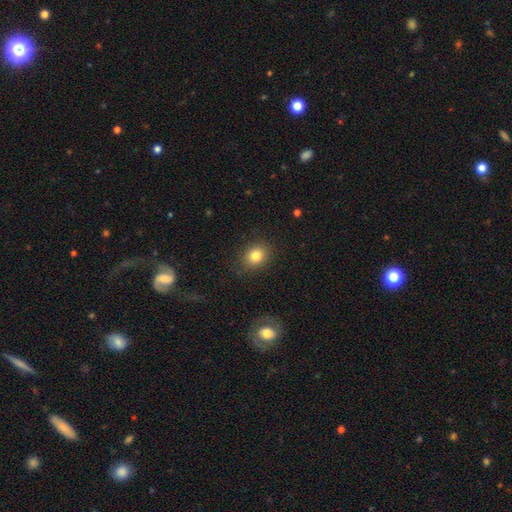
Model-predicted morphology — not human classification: Overall: smooth (82%). How rounded: round (52%; in between 47%). Merging: none (86%).